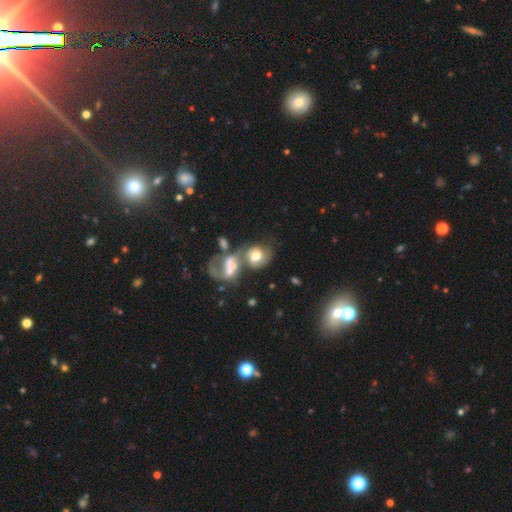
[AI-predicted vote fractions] smooth 46%, featured or disk 44%, star or artifact 9%. Down the decision tree: merging — merger (54%).